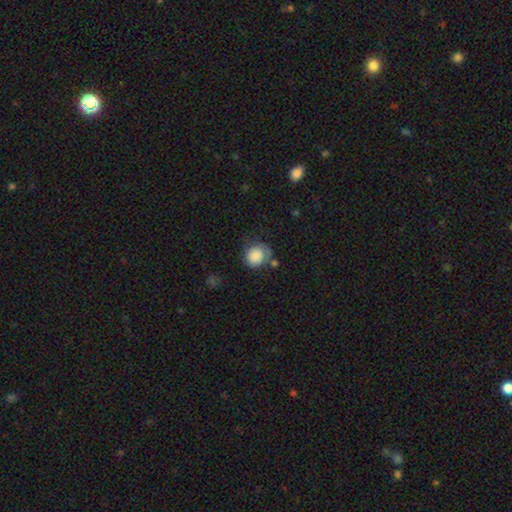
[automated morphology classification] Smooth or featured? smooth (83%)
How rounded? round (78%)
Merging? none (52%)